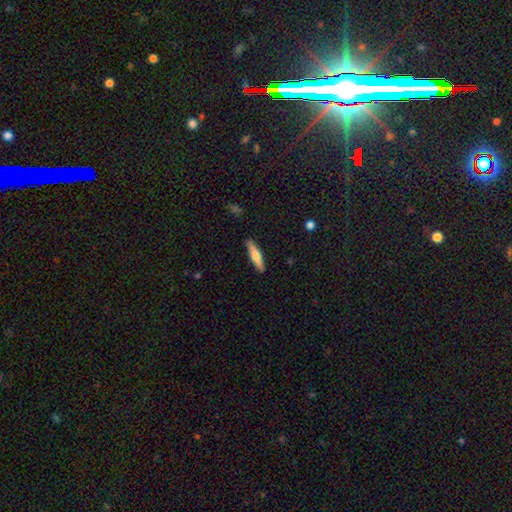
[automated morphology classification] A smooth galaxy with no disk features (59%) that is cigar-shaped (82%). Merging: none (89%).